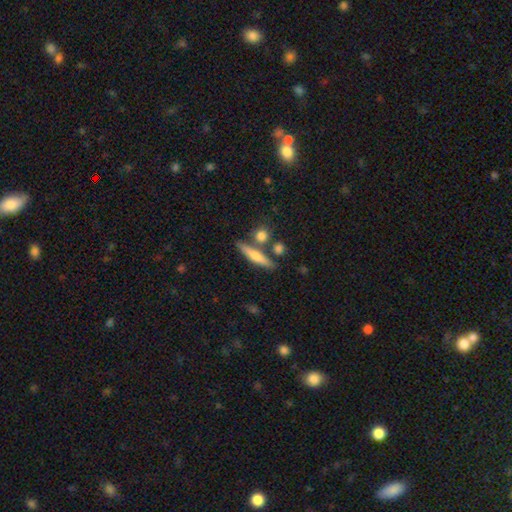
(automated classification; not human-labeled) smooth_or_featured: smooth (p=0.55) [alt: featured or disk p=0.38]
how_rounded: cigar-shaped (p=0.80) [alt: in between p=0.14]
merging: none (p=0.73) [alt: merger p=0.13]